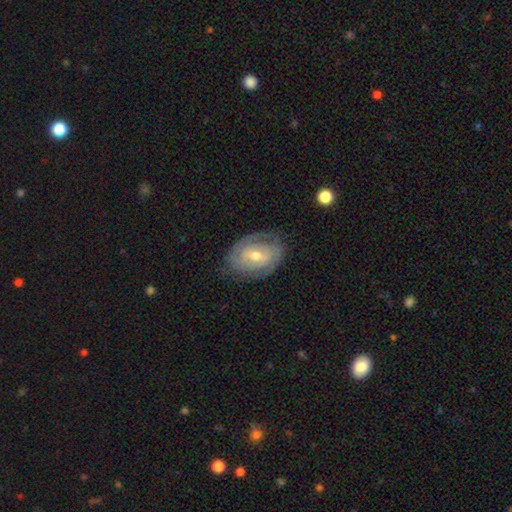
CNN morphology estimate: A featured or disk galaxy (76%) with a weak bar (45%), 2 (53%) tight (67%) spiral arms (83%) and a moderate central bulge (60%). Merging: none (75%).